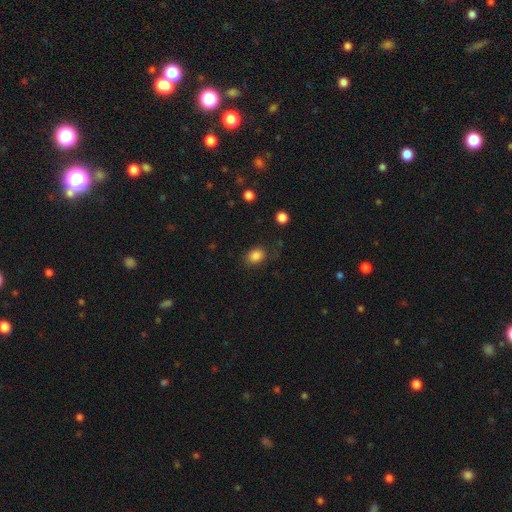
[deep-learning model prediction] Q: Smooth or featured?
A: smooth (85%); runner-up: star or artifact (10%)
Q: How rounded?
A: in between (61%); runner-up: round (38%)
Q: Merging?
A: none (77%); runner-up: minor disturbance (15%)